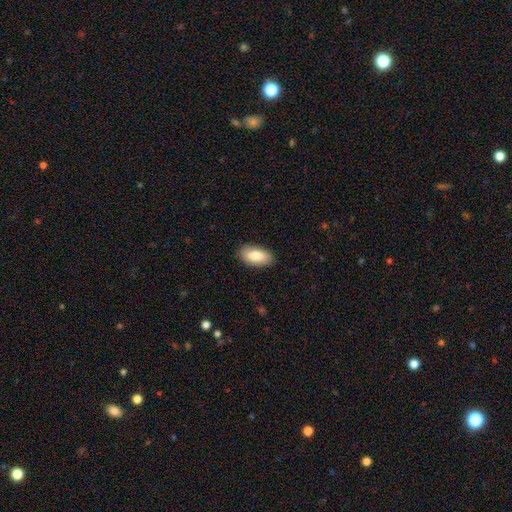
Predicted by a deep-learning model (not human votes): Smooth or featured? smooth (83%)
How rounded? in between (92%)
Merging? none (88%)